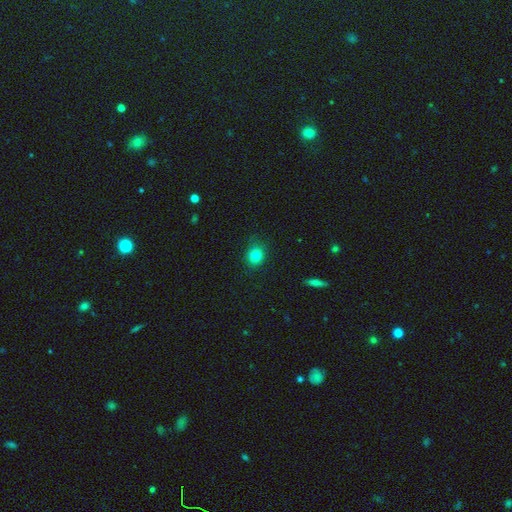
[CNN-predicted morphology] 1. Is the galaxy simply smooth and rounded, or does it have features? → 81% smooth, 12% star or artifact, 7% featured or disk.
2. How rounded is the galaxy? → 72% round, 27% in between, 1% cigar-shaped.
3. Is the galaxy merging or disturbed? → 86% none, 11% minor disturbance, 2% major disturbance, 1% merger.